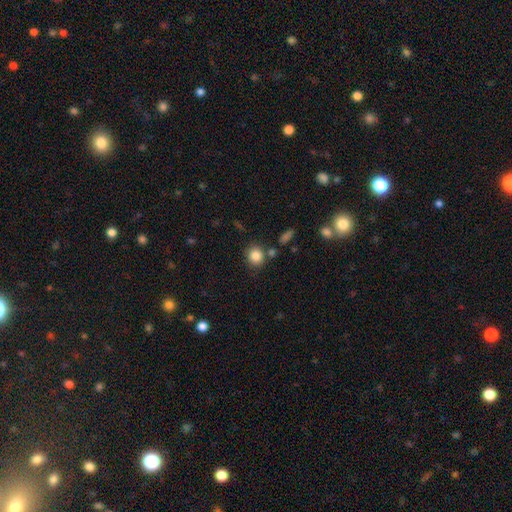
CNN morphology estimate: This appears to be a smooth galaxy with no disk features (85%) that is round (81%). Merging: none (77%).